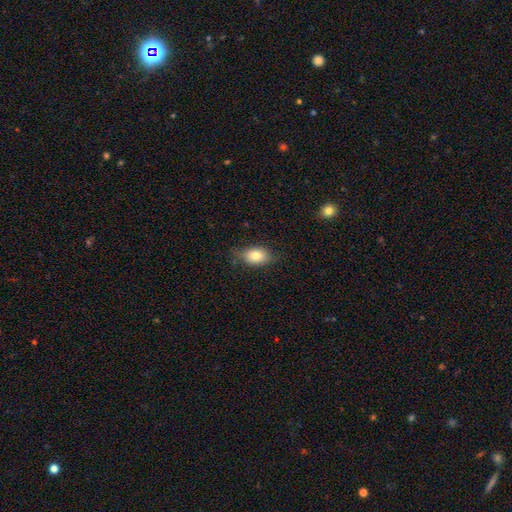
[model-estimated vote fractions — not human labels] Morphology: type=smooth (79%); roundness=in between (82%); merging=none (76%).